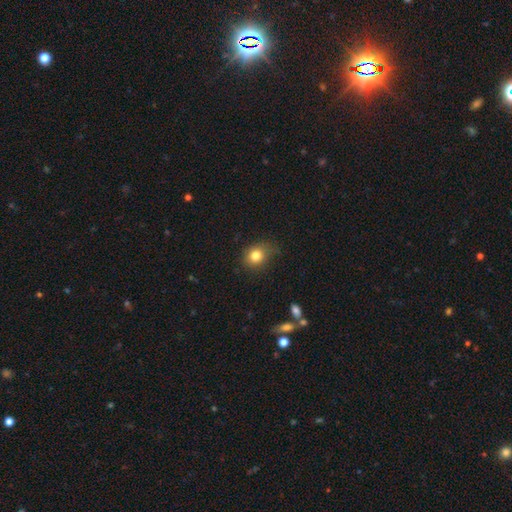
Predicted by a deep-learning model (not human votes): Q: Smooth or featured?
A: smooth (80%); runner-up: star or artifact (11%)
Q: How rounded?
A: round (63%); runner-up: in between (36%)
Q: Merging?
A: none (67%); runner-up: minor disturbance (25%)